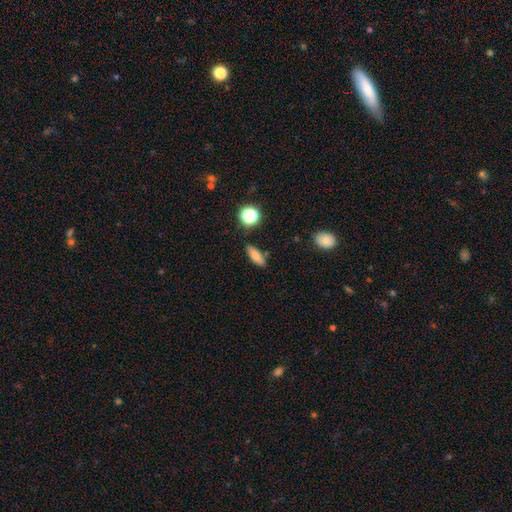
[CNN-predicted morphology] Smooth or featured? Predicted: smooth (p=0.79). How rounded? Predicted: in between (p=0.62). Merging? Predicted: none (p=0.81).